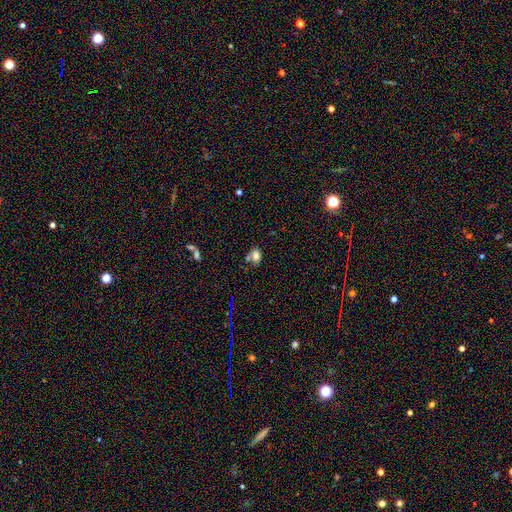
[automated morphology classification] Overall: smooth (77%). How rounded: in between (70%). Merging: none (51%; merger 22%).